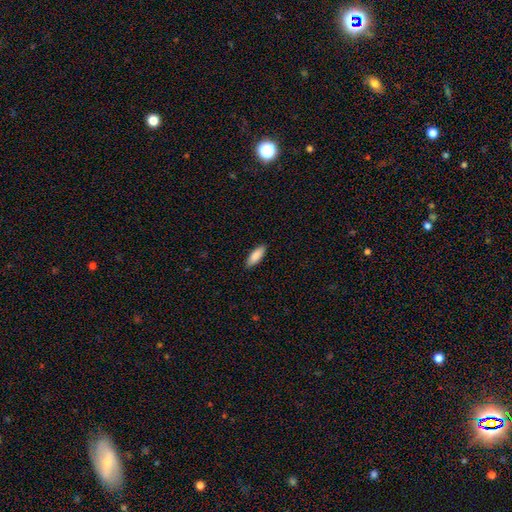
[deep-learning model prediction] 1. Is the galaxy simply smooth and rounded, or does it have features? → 87% smooth, 7% featured or disk, 6% star or artifact.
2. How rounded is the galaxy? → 62% in between, 37% cigar-shaped, 2% round.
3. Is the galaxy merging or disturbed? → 89% none, 9% minor disturbance, 2% major disturbance, 1% merger.